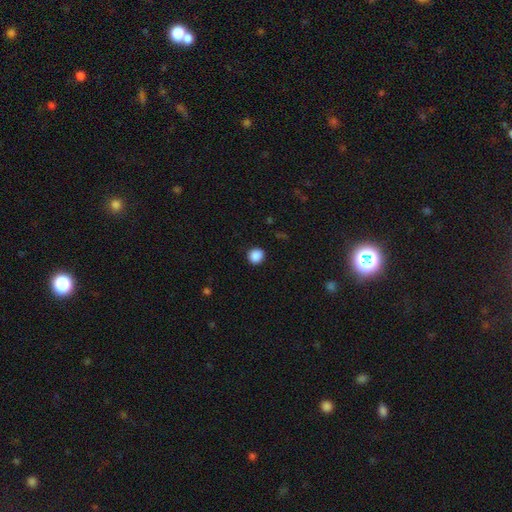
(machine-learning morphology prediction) smooth-or-featured: smooth: 88% | star or artifact: 9% | featured or disk: 2%
  how-rounded: round: 89% | in between: 10% | cigar-shaped: 1%
  merging: none: 91% | minor disturbance: 6% | major disturbance: 2% | merger: 1%